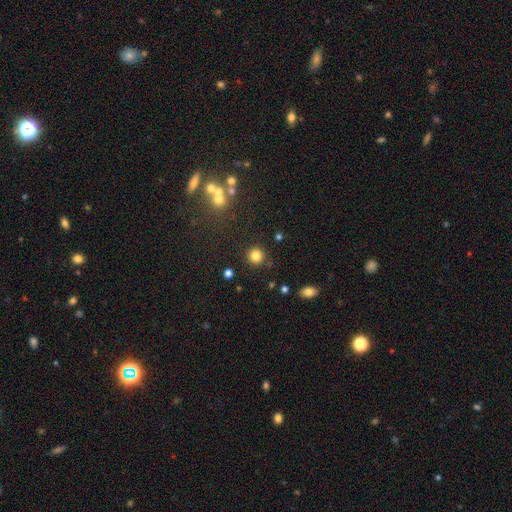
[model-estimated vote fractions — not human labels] This is clearly a smooth galaxy (82%). How rounded: clearly round (92%). Merging: clearly none (88%).